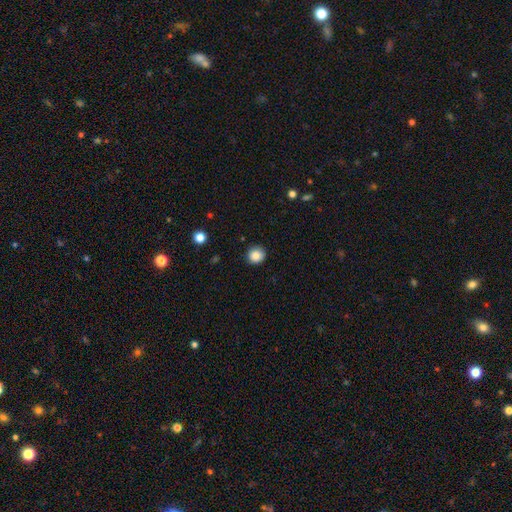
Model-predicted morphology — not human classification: type=smooth (86%); roundness=round (91%); merging=none (88%).